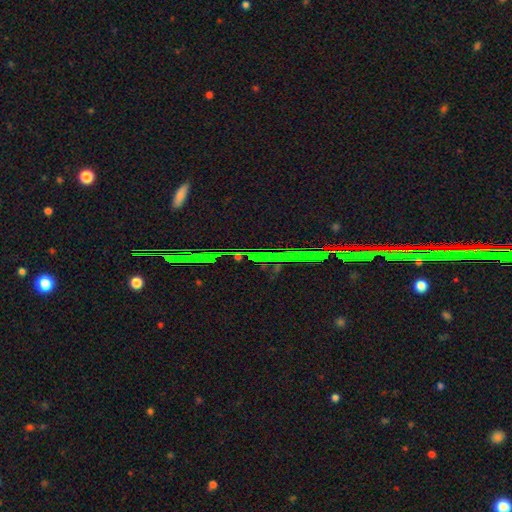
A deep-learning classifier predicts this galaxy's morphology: This appears to be a star or artifact, not a galaxy (80%).